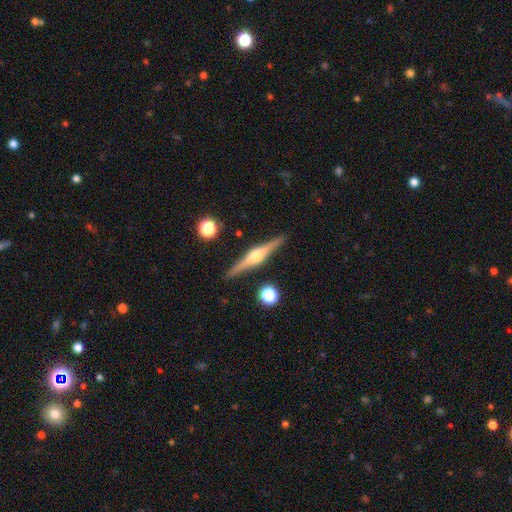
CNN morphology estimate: Q: Smooth or featured?
A: featured or disk (83%); runner-up: smooth (12%)
Q: Edge-on disk?
A: yes (98%); runner-up: no (2%)
Q: Edge-on bulge?
A: rounded (92%); runner-up: boxy (6%)
Q: Merging?
A: none (91%); runner-up: minor disturbance (6%)